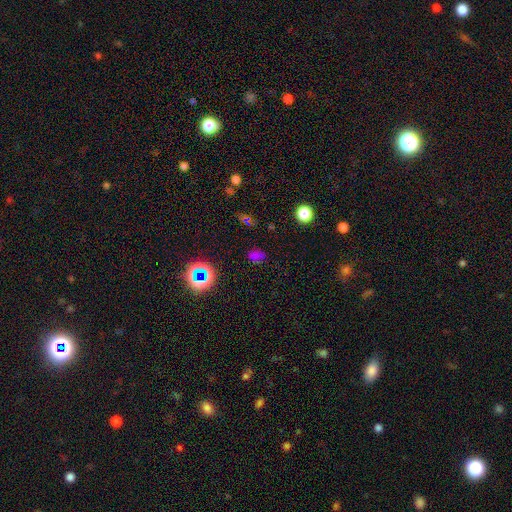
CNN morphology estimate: Q: Smooth or featured?
A: smooth (52%); runner-up: star or artifact (41%)
Q: How rounded?
A: round (50%); runner-up: in between (48%)
Q: Merging?
A: none (78%); runner-up: minor disturbance (14%)